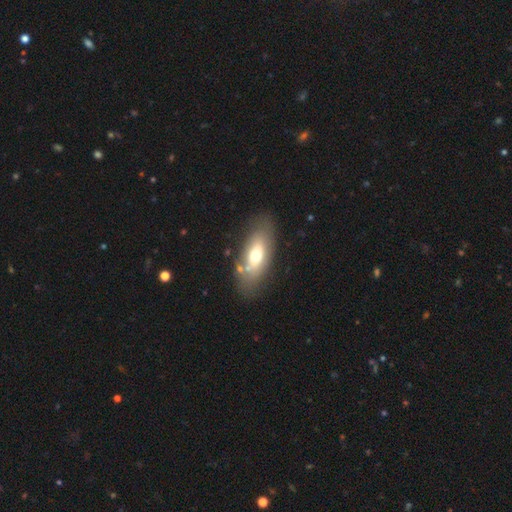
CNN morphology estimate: A smooth galaxy with no disk features (58%) that is in between round and cigar-shaped (84%). Merging: none (73%).